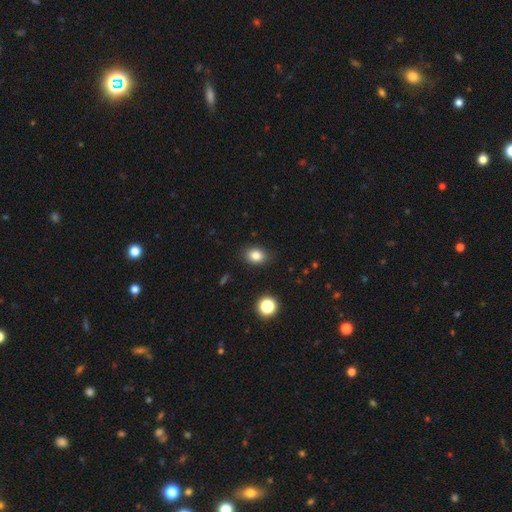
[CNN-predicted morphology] Smooth or featured? smooth (82%)
How rounded? in between (63%)
Merging? none (86%)